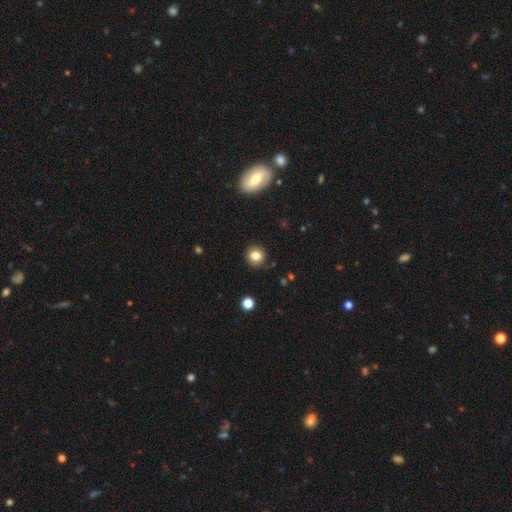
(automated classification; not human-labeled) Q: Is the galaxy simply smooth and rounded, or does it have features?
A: smooth — 81%.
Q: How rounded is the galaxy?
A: round — 88%.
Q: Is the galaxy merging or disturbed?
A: none — 87%.